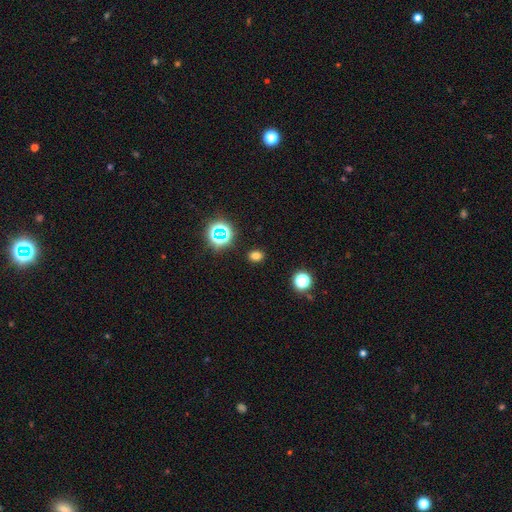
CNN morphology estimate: smooth_or_featured: smooth (p=0.72) [alt: star or artifact p=0.23]
how_rounded: round (p=0.49) [tied with: in between p=0.49]
merging: none (p=0.89) [alt: minor disturbance p=0.07]